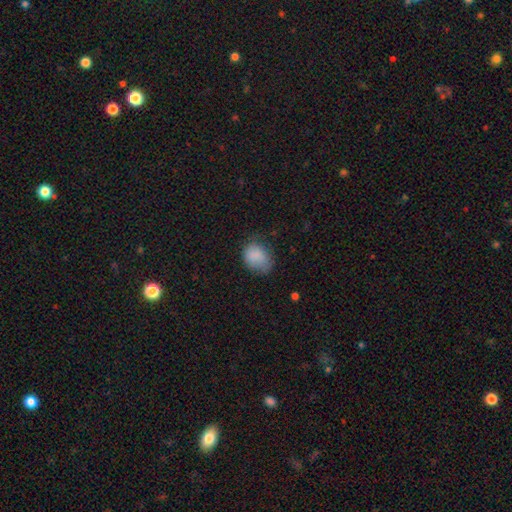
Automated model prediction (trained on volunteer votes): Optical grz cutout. It shows a smooth galaxy with no disk features (84%) that is in between round and cigar-shaped (58%). Merging: none (51%).